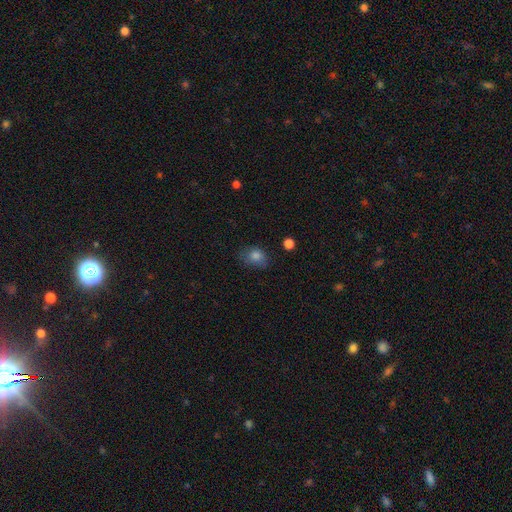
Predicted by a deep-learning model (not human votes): Q: Smooth or featured?
A: smooth (81%); runner-up: star or artifact (11%)
Q: How rounded?
A: in between (57%); runner-up: round (42%)
Q: Merging?
A: none (63%); runner-up: minor disturbance (27%)